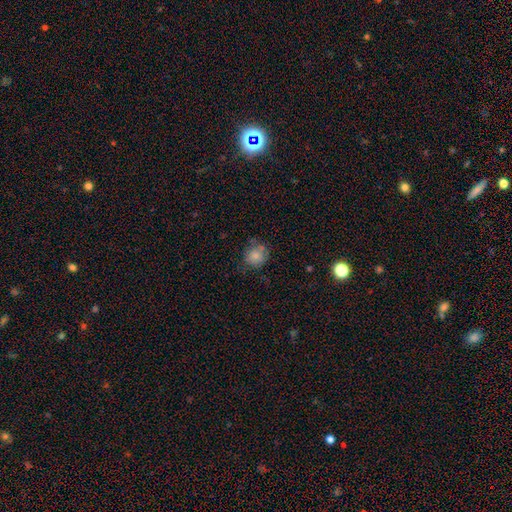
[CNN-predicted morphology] Smooth or featured?
  - smooth: 80% *
  - star or artifact: 10%
  - featured or disk: 9%
How rounded?
  - round: 81% *
  - in between: 18%
  - cigar-shaped: 1%
Merging?
  - none: 65% *
  - minor disturbance: 23%
  - major disturbance: 7%
  - merger: 5%